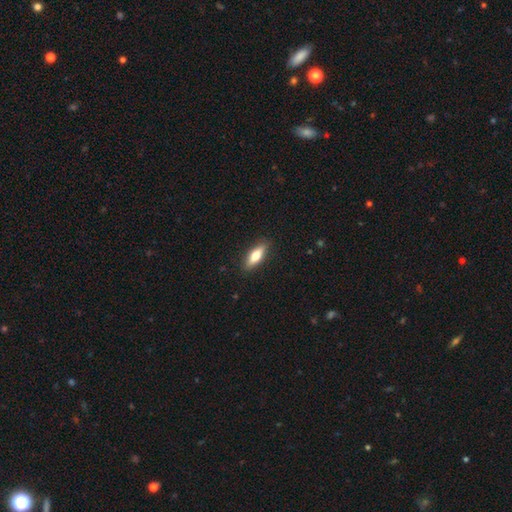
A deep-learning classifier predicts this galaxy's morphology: A smooth galaxy with no disk features (73%) that is in between round and cigar-shaped (58%). Merging: none (88%).